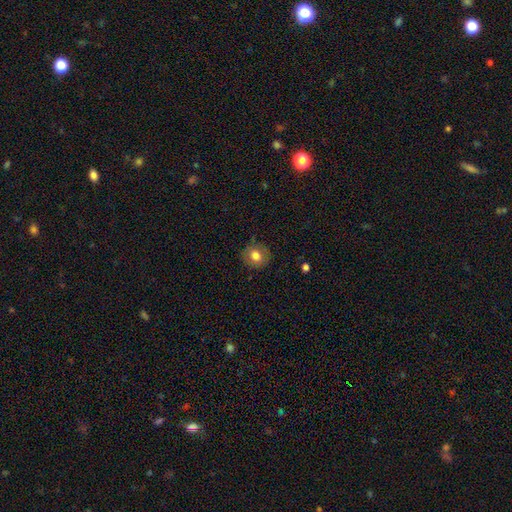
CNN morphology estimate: type=smooth (77%); roundness=round (81%); merging=none (86%).